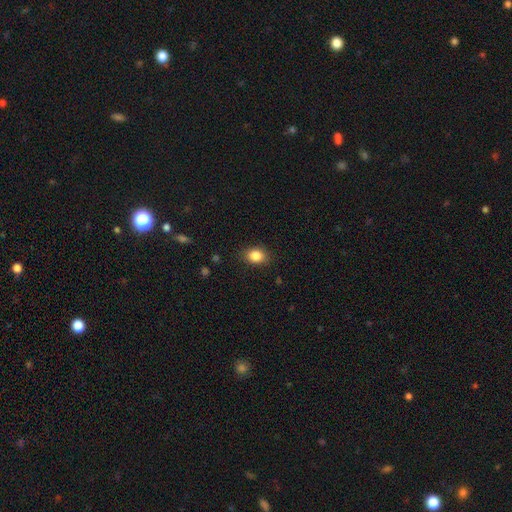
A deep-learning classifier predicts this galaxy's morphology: type=smooth (85%); roundness=in between (61%); merging=none (85%).